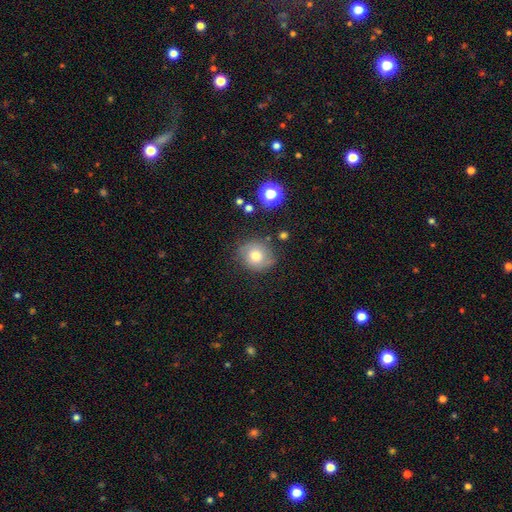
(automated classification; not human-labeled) smooth-or-featured: smooth: 67% | featured or disk: 22% | star or artifact: 12%
  how-rounded: round: 83% | in between: 16% | cigar-shaped: 1%
  merging: none: 76% | minor disturbance: 16% | major disturbance: 5% | merger: 2%